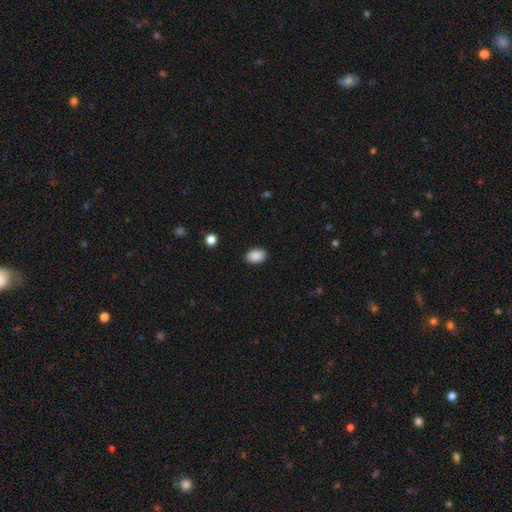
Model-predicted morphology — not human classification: Smooth or featured? smooth (89%)
How rounded? in between (85%)
Merging? none (89%)